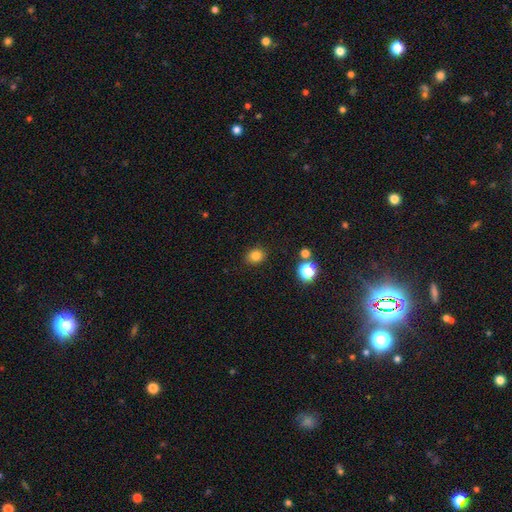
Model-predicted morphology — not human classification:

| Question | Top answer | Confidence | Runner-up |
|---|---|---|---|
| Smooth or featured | smooth | 81% | star or artifact (13%) |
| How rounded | round | 60% | in between (39%) |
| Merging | none | 87% | minor disturbance (9%) |